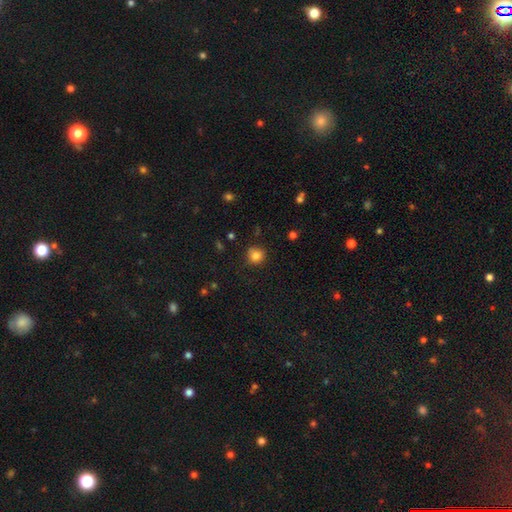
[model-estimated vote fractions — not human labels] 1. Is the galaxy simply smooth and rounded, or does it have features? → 83% smooth, 11% star or artifact, 5% featured or disk.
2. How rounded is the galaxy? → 89% round, 10% in between, 1% cigar-shaped.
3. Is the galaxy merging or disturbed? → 82% none, 13% minor disturbance, 3% major disturbance, 2% merger.